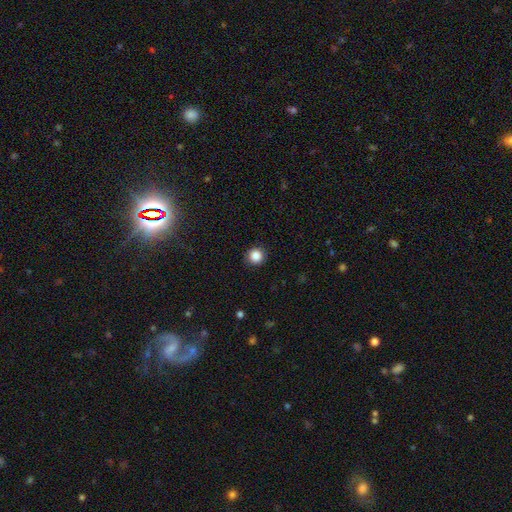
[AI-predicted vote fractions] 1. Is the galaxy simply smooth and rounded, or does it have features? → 87% smooth, 10% star or artifact, 3% featured or disk.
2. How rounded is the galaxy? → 93% round, 6% in between, 1% cigar-shaped.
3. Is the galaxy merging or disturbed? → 90% none, 7% minor disturbance, 2% major disturbance, 1% merger.